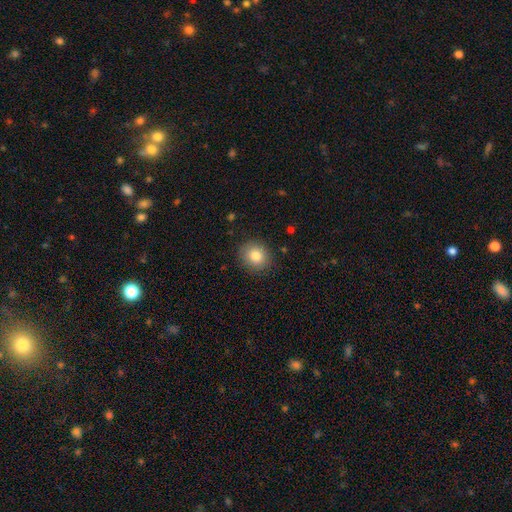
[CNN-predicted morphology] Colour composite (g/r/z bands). It shows a smooth galaxy with no disk features (83%) that is round (76%). Merging: none (88%).